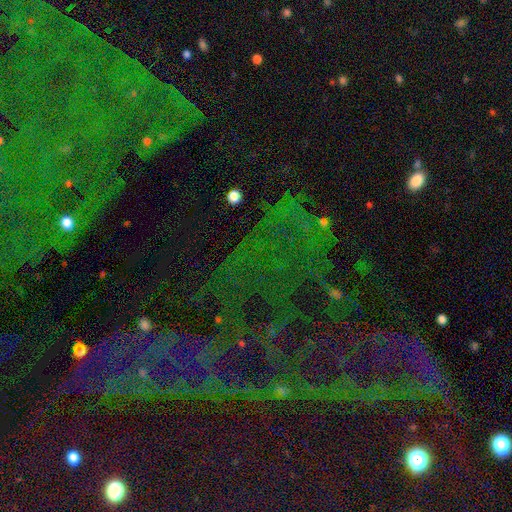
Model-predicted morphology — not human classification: Smooth or featured? star or artifact (73%)